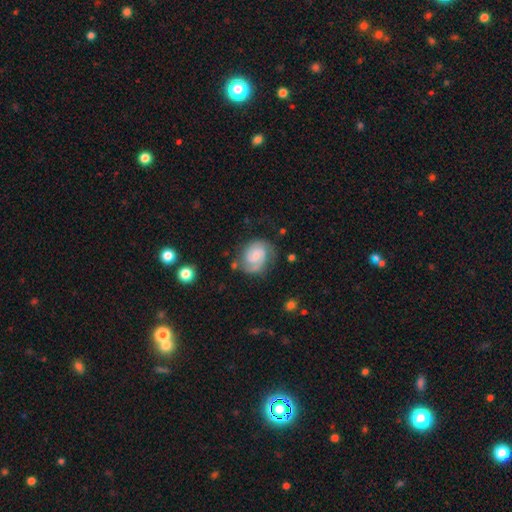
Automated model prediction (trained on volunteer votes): Q: Smooth or featured?
A: featured or disk (73%); runner-up: smooth (21%)
Q: Edge-on disk?
A: no (98%); runner-up: yes (2%)
Q: Bar?
A: no (51%); runner-up: weak (42%)
Q: Spiral arms?
A: yes (94%); runner-up: no (6%)
Q: Spiral winding?
A: tight (46%); runner-up: medium (41%)
Q: Spiral arm count?
A: 2 (76%); runner-up: can't tell (10%)
Q: Bulge size?
A: small (51%); runner-up: moderate (32%)
Q: Merging?
A: none (67%); runner-up: minor disturbance (21%)